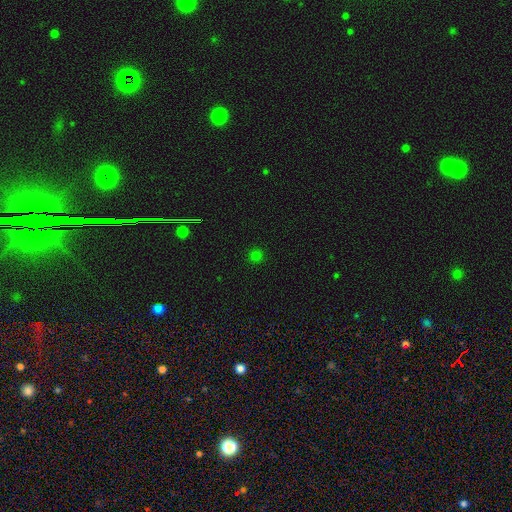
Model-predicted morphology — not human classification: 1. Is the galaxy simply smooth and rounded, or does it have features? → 73% smooth, 23% star or artifact, 4% featured or disk.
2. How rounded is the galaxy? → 93% round, 5% in between, 1% cigar-shaped.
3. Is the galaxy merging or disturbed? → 91% none, 6% minor disturbance, 2% major disturbance, 1% merger.